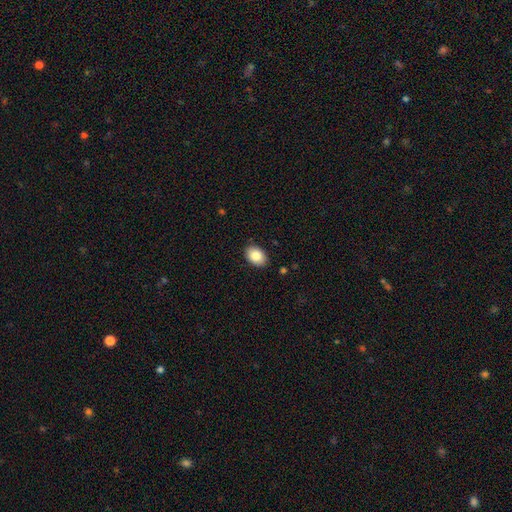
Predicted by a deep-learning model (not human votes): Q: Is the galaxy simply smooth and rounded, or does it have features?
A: smooth — 86%.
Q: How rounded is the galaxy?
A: in between — 83%.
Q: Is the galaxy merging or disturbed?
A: none — 87%.